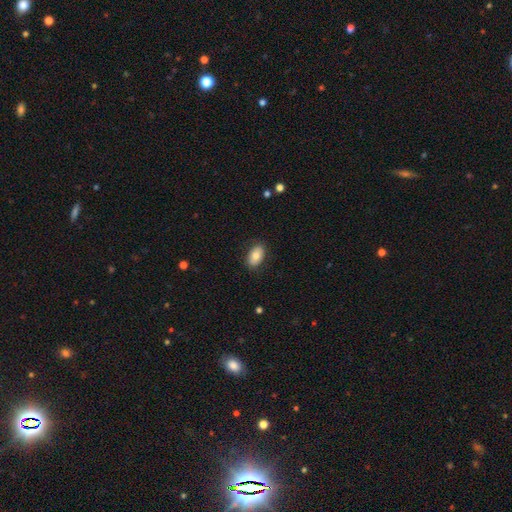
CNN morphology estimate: The model was most divided on "smooth or featured": smooth: 78%, featured or disk: 15%, star or artifact: 7%. More confident: how rounded — in between (91%); merging — none (85%).